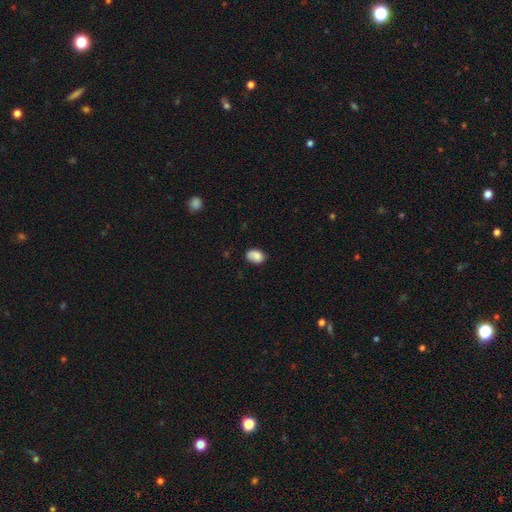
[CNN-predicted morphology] type=smooth (80%); roundness=in between (77%); merging=none (64%).